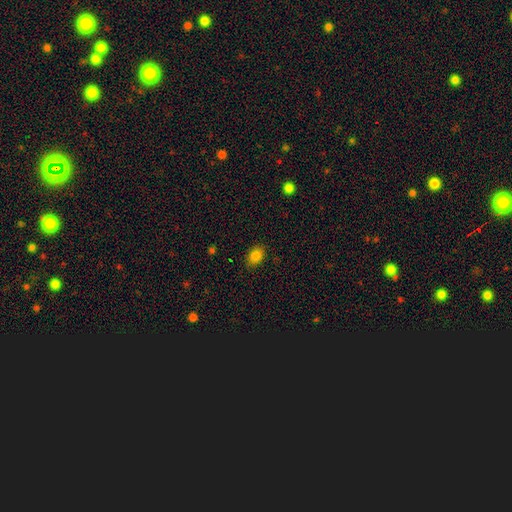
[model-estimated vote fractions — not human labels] A smooth galaxy with no disk features (83%) that is in between round and cigar-shaped (75%). Merging: none (86%).